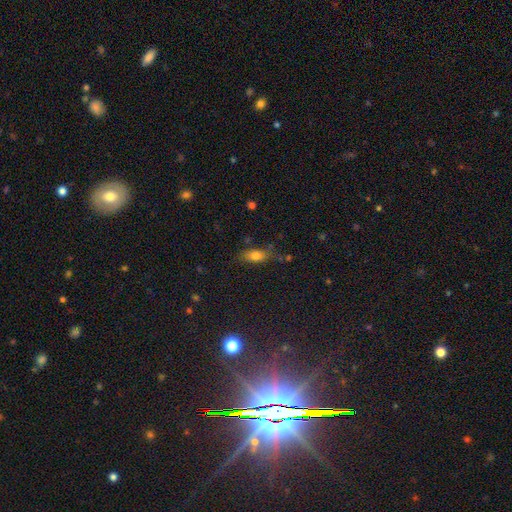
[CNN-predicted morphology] Q: Smooth or featured?
A: smooth (74%); runner-up: featured or disk (15%)
Q: How rounded?
A: in between (76%); runner-up: cigar-shaped (17%)
Q: Merging?
A: none (71%); runner-up: minor disturbance (20%)